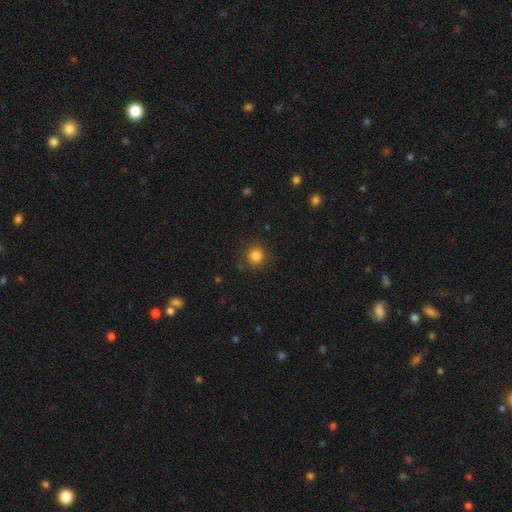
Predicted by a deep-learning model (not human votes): A smooth galaxy with no disk features (84%) that is round (93%). Merging: none (88%).